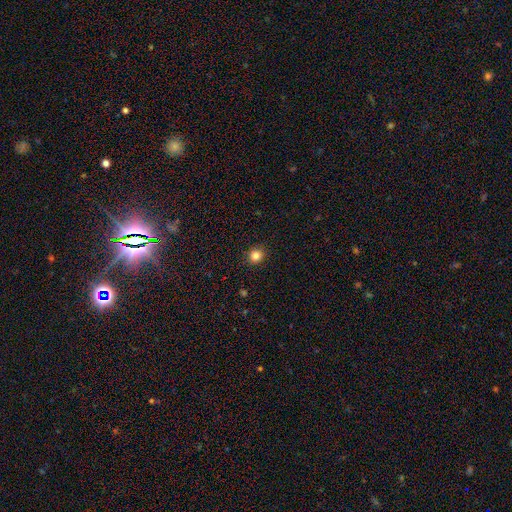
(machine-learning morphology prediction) Q: Smooth or featured?
A: smooth (84%); runner-up: star or artifact (12%)
Q: How rounded?
A: round (86%); runner-up: in between (13%)
Q: Merging?
A: none (91%); runner-up: minor disturbance (6%)